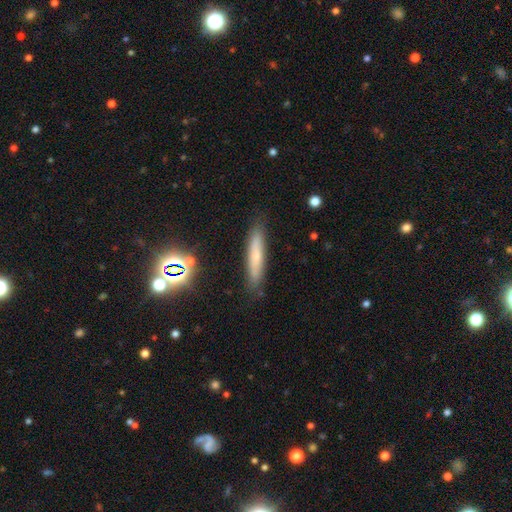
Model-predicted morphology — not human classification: This appears to be a smooth galaxy with no disk features (58%) that is cigar-shaped (90%). Merging: none (86%).